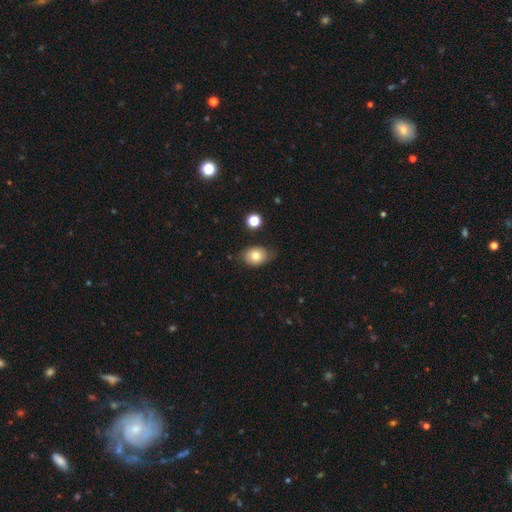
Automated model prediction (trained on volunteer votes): smooth-or-featured: smooth: 79% | featured or disk: 12% | star or artifact: 9%
  how-rounded: in between: 69% | round: 30% | cigar-shaped: 1%
  merging: none: 70% | minor disturbance: 23% | major disturbance: 5% | merger: 3%